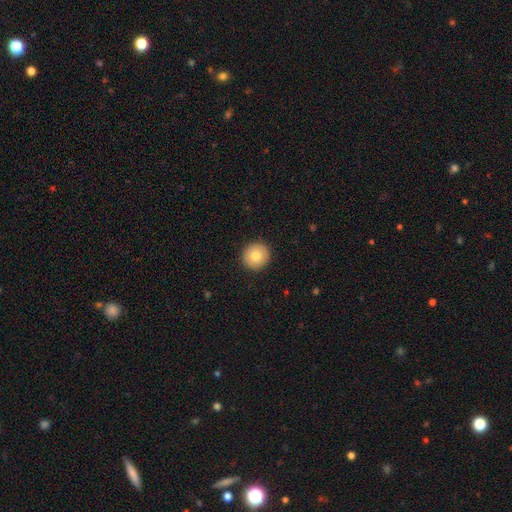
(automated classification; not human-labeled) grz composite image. It shows a smooth galaxy with no disk features (79%) that is round (95%). Merging: none (93%).